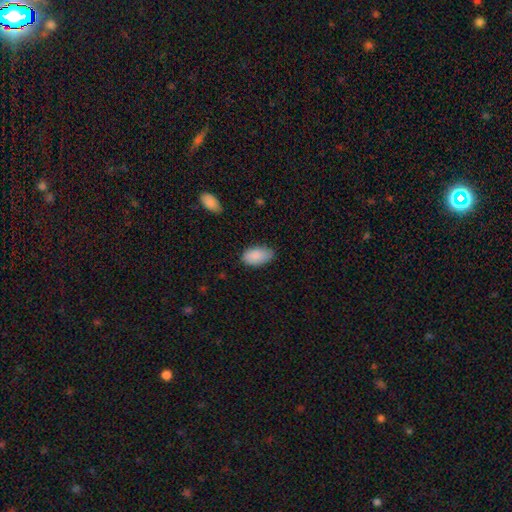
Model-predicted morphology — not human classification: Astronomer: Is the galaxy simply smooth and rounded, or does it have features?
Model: smooth — 88%.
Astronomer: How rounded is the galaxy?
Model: in between — 95%.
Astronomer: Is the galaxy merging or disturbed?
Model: none — 73%.